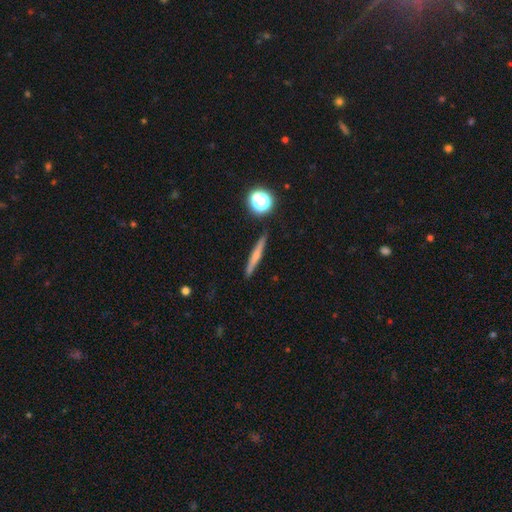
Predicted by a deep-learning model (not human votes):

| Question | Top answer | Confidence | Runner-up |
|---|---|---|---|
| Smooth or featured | smooth | 55% | featured or disk (35%) |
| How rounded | cigar-shaped | 91% | in between (5%) |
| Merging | none | 89% | minor disturbance (7%) |